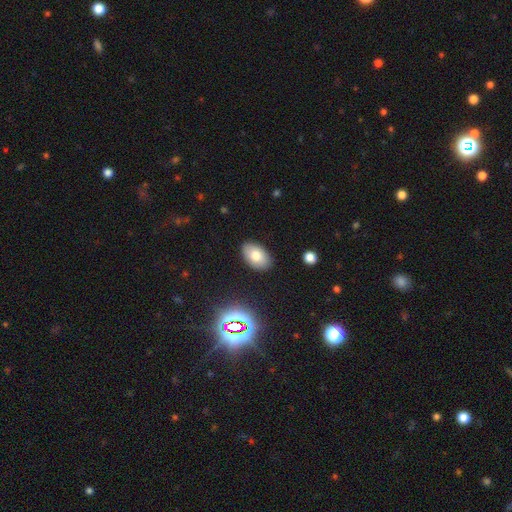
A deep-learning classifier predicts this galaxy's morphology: smooth 77%, featured or disk 13%, star or artifact 10%. Down the decision tree: how rounded — in between (91%); merging — none (87%).